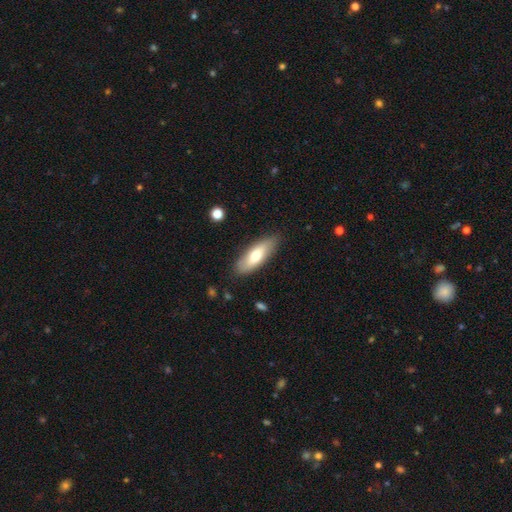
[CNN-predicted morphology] Smooth or featured? Predicted: smooth (p=0.67). How rounded? Predicted: in between (p=0.68). Merging? Predicted: none (p=0.84).